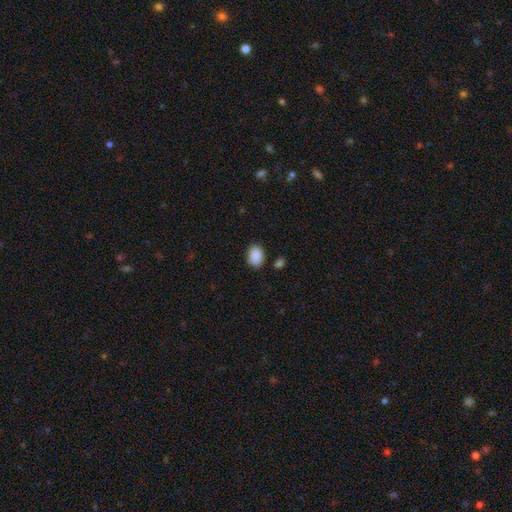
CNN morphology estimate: A smooth galaxy with no disk features (90%) that is in between round and cigar-shaped (76%). Merging: none (83%).